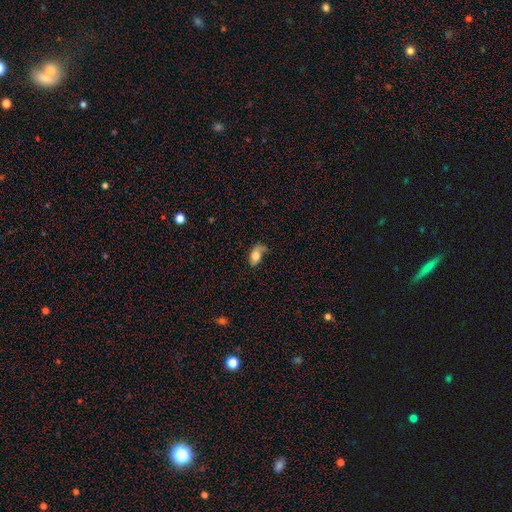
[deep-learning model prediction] This appears to be a smooth galaxy with no disk features (66%) that is in between round and cigar-shaped (89%). Merging: major disturbance (33%).